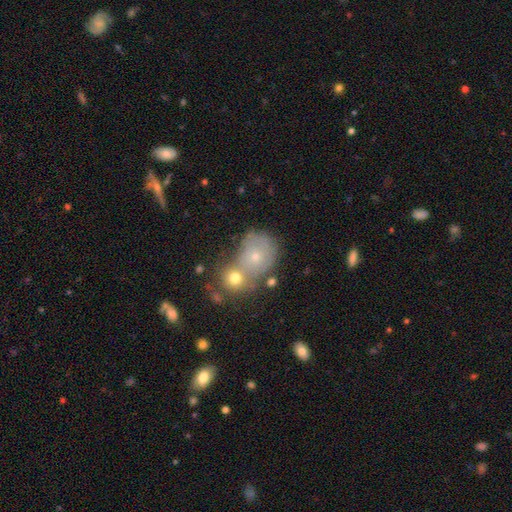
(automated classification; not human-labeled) This is possibly a smooth galaxy (59%). How rounded: likely round (64%). Merging: possibly merger (52%).